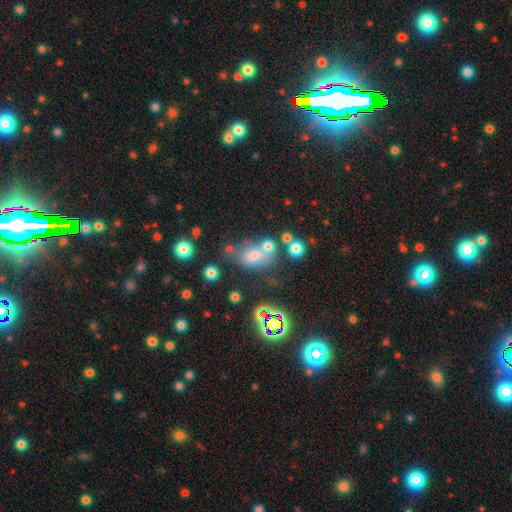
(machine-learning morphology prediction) smooth 55%, star or artifact 26%, featured or disk 18%. Down the decision tree: how rounded — in between (72%); merging — none (48%).